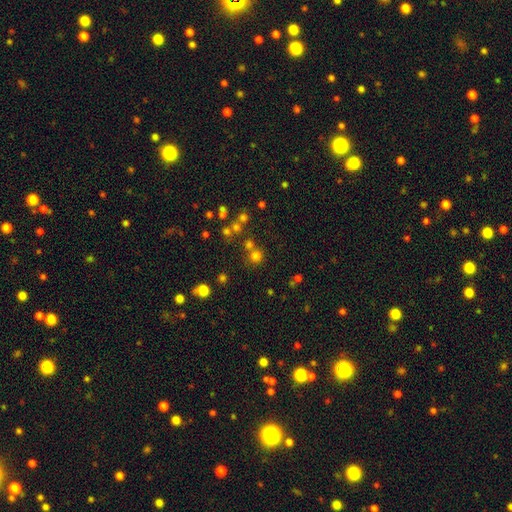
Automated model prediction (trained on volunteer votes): smooth-or-featured: smooth: 69% | star or artifact: 22% | featured or disk: 9%
  how-rounded: round: 91% | in between: 8% | cigar-shaped: 1%
  merging: none: 70% | merger: 18% | minor disturbance: 8% | major disturbance: 4%